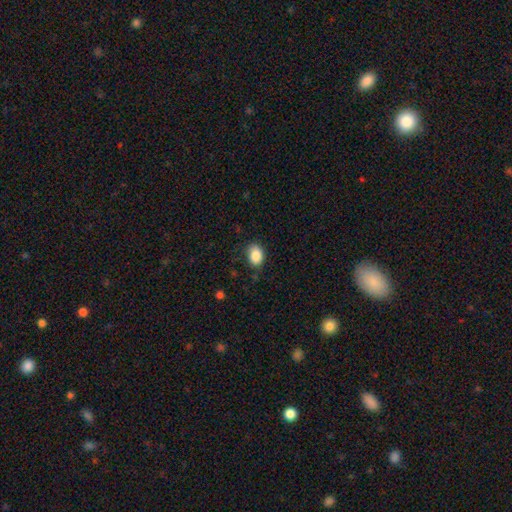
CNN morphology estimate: Q: Smooth or featured?
A: smooth (87%); runner-up: star or artifact (8%)
Q: How rounded?
A: in between (76%); runner-up: round (22%)
Q: Merging?
A: none (79%); runner-up: minor disturbance (16%)